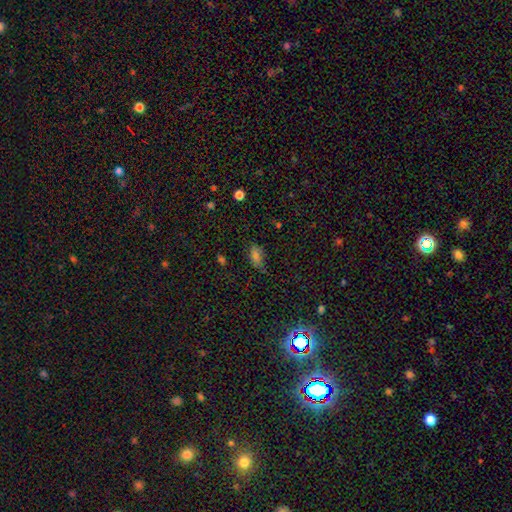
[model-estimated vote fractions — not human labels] This is possibly a smooth galaxy (58%). How rounded: clearly in between (87%). Merging: likely none (68%).